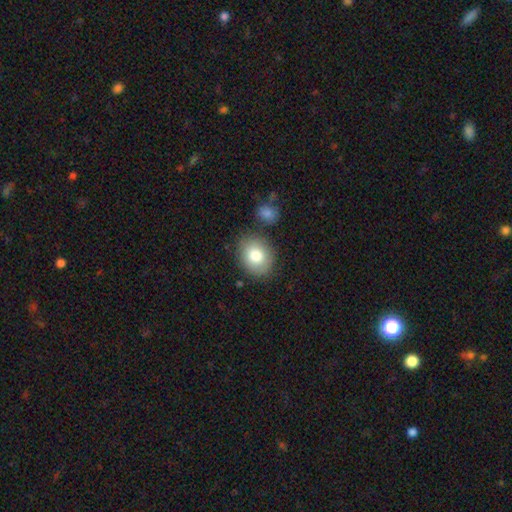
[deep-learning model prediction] smooth 80%, featured or disk 12%, star or artifact 8%. Down the decision tree: how rounded — round (61%); merging — none (78%).